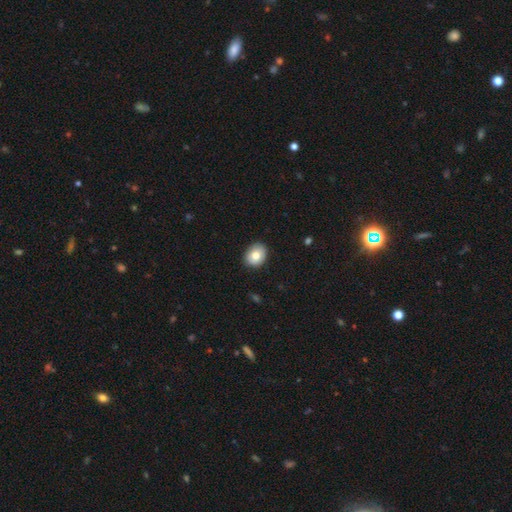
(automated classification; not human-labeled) Smooth or featured? Predicted: smooth (p=0.80). How rounded? Predicted: in between (p=0.57). Merging? Predicted: none (p=0.87).